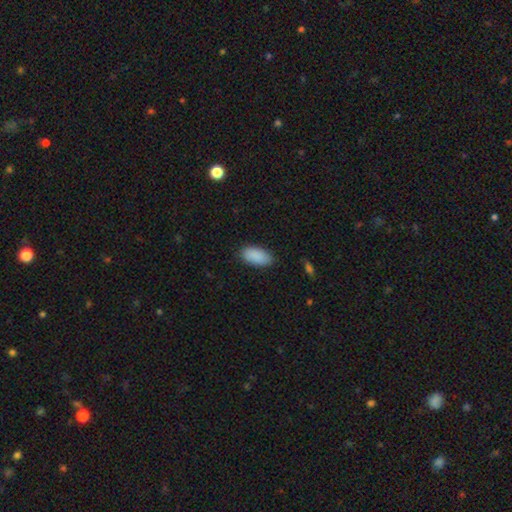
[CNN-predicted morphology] The model was most divided on "merging": none: 85%, minor disturbance: 12%, major disturbance: 2%, merger: 1%. More confident: how rounded — in between (94%); smooth or featured — smooth (90%).